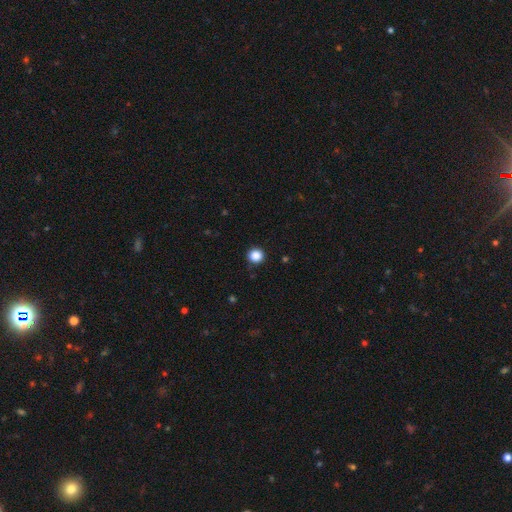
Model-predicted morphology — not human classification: Smooth or featured?
  - smooth: 87% *
  - star or artifact: 11%
  - featured or disk: 3%
How rounded?
  - round: 94% *
  - in between: 5%
  - cigar-shaped: 1%
Merging?
  - none: 92% *
  - minor disturbance: 6%
  - major disturbance: 2%
  - merger: 1%